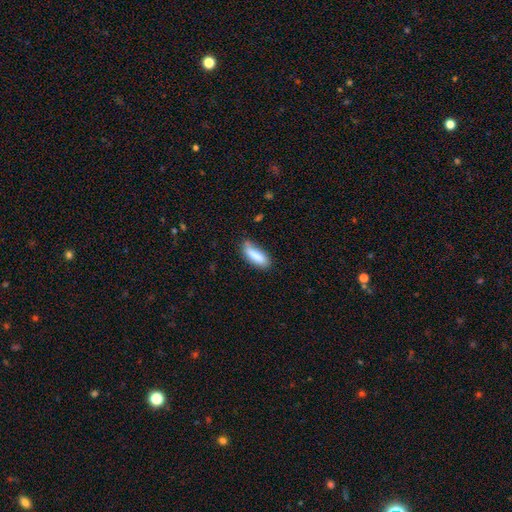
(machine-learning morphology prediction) This appears to be a smooth galaxy with no disk features (84%) that is in between round and cigar-shaped (61%). Merging: none (65%).